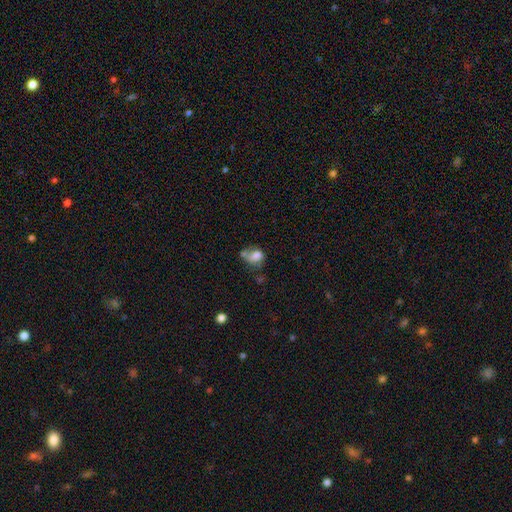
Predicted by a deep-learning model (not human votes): The model was most divided on "merging": merger: 32%, none: 28%, minor disturbance: 22%, major disturbance: 18%. More confident: smooth or featured — smooth (71%); how rounded — in between (58%).